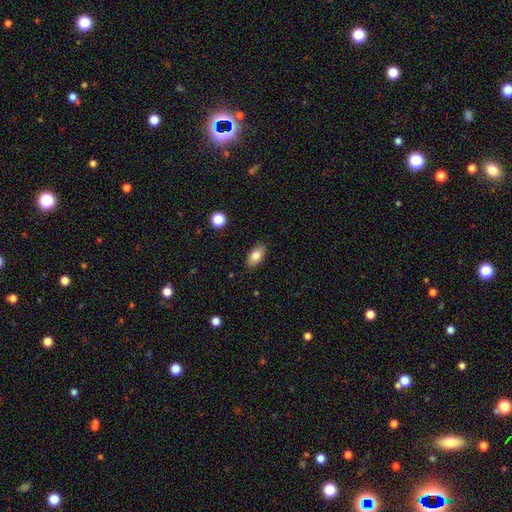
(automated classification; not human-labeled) smooth_or_featured: smooth (p=0.82) [alt: featured or disk p=0.10]
how_rounded: in between (p=0.91) [alt: cigar-shaped p=0.05]
merging: none (p=0.87) [alt: minor disturbance p=0.10]